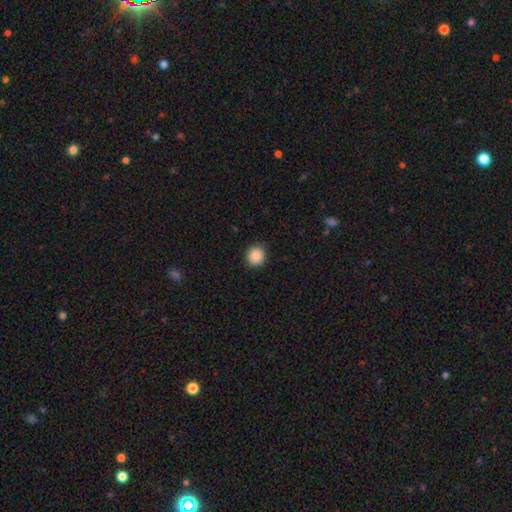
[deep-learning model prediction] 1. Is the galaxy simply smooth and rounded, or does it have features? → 88% smooth, 9% star or artifact, 3% featured or disk.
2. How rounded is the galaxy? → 90% round, 9% in between, 1% cigar-shaped.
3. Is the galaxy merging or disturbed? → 91% none, 6% minor disturbance, 2% major disturbance, 1% merger.